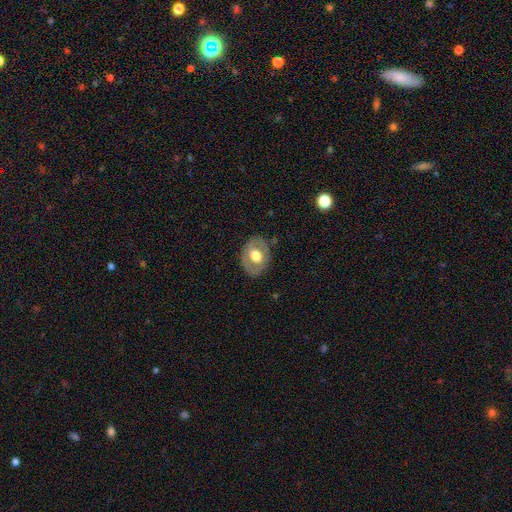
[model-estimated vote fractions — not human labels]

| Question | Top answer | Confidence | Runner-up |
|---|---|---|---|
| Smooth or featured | smooth | 53% | featured or disk (41%) |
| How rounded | in between | 67% | round (32%) |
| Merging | none | 79% | minor disturbance (15%) |